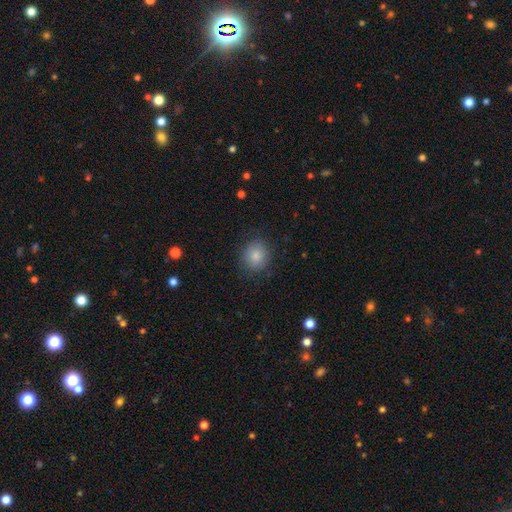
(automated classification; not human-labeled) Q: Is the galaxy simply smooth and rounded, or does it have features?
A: smooth — 84%.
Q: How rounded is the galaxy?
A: round — 81%.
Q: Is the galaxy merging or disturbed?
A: none — 84%.